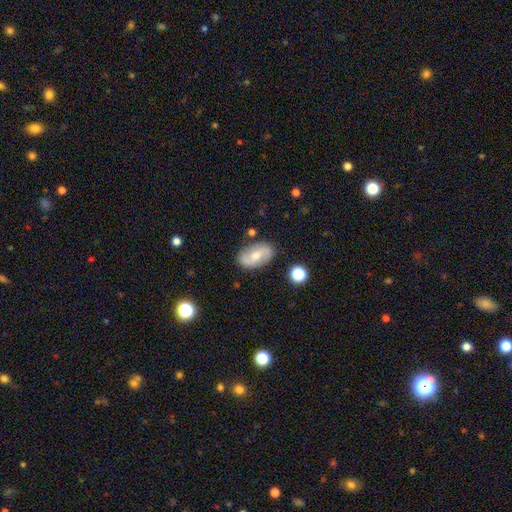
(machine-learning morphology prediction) The model was most divided on "bar": no: 51%, weak: 37%, strong: 12%. More confident: edge-on disk — no (94%); spiral arms — yes (83%); merging — none (80%); smooth or featured — featured or disk (58%); bulge size — moderate (57%).